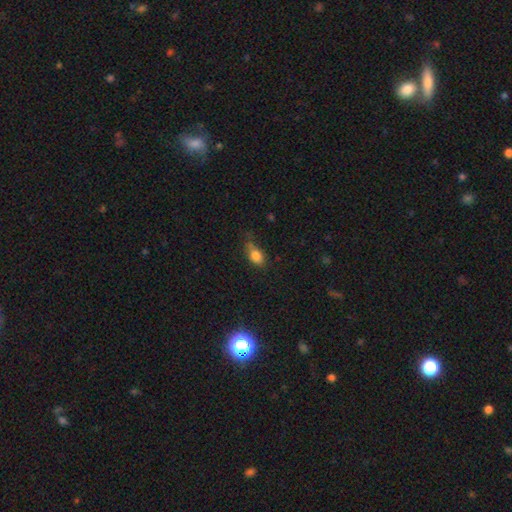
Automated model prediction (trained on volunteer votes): The model was most divided on "merging": none: 47%, minor disturbance: 35%, major disturbance: 12%, merger: 5%. More confident: smooth or featured — smooth (81%); how rounded — in between (78%).